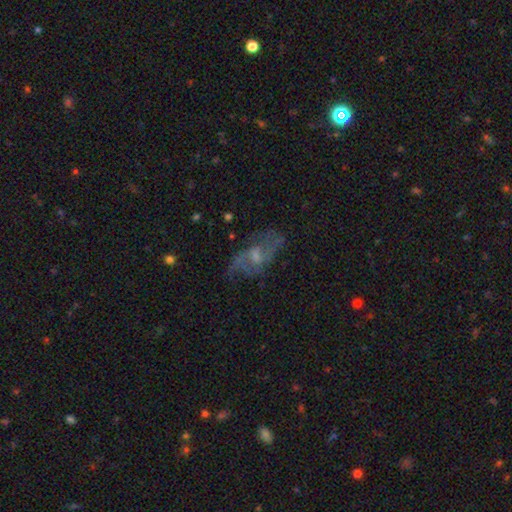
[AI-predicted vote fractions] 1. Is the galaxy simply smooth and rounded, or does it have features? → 69% featured or disk, 20% smooth, 11% star or artifact.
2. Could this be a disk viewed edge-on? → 93% no, 7% yes.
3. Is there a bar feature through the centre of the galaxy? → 47% weak, 43% no, 10% strong.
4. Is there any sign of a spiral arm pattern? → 80% yes, 20% no.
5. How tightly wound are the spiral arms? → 47% loose, 39% medium, 14% tight.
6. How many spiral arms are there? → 66% 2, 20% can't tell, 5% 3, 4% 1, 3% 4, 2% more than 4.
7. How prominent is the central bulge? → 43% small, 37% moderate, 15% none, 4% large, 1% dominant.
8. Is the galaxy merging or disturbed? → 63% none, 19% minor disturbance, 15% major disturbance, 2% merger.